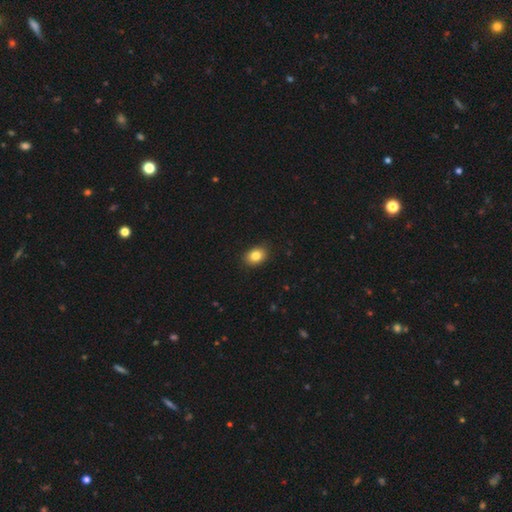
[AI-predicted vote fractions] The model was most divided on "how rounded": in between: 69%, round: 30%, cigar-shaped: 1%. More confident: merging — none (89%); smooth or featured — smooth (84%).